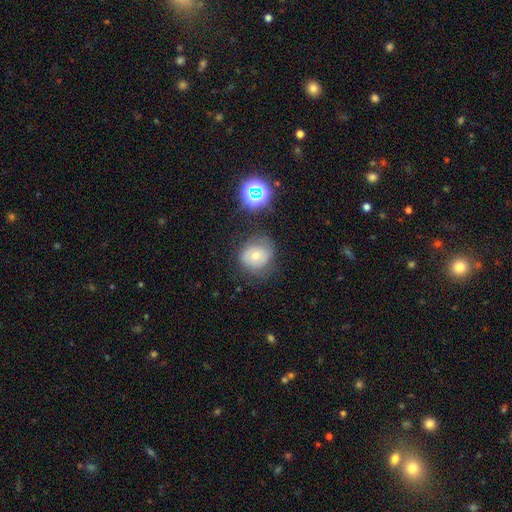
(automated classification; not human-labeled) This appears to be a smooth galaxy with no disk features (55%) that is round (78%). Merging: none (63%).